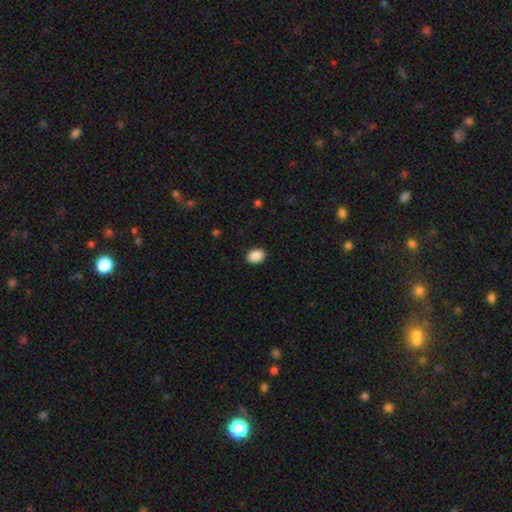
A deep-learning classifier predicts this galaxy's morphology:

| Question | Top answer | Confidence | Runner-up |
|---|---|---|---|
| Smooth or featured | smooth | 90% | star or artifact (8%) |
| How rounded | in between | 75% | round (24%) |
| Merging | none | 90% | minor disturbance (7%) |